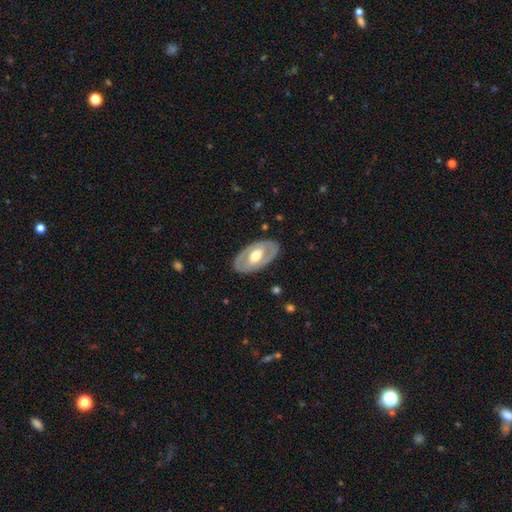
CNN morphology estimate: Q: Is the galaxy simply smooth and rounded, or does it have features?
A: featured or disk — 68%.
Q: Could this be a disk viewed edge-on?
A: no — 90%.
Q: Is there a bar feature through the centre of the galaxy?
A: no — 47%.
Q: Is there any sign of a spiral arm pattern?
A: no — 61%.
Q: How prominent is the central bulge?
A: moderate — 68%.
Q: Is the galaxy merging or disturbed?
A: none — 84%.